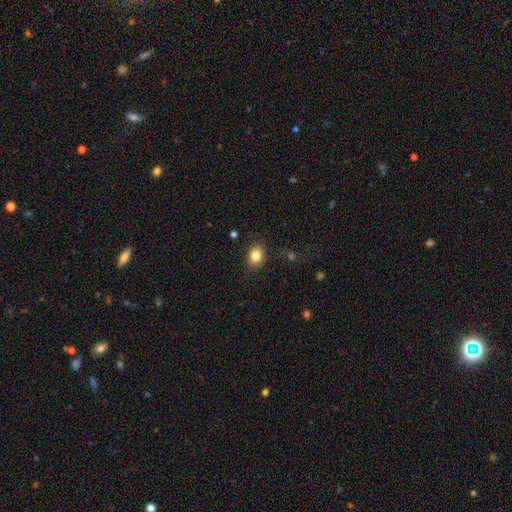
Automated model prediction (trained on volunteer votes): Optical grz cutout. It shows a smooth galaxy with no disk features (83%) that is in between round and cigar-shaped (57%). Merging: none (87%).